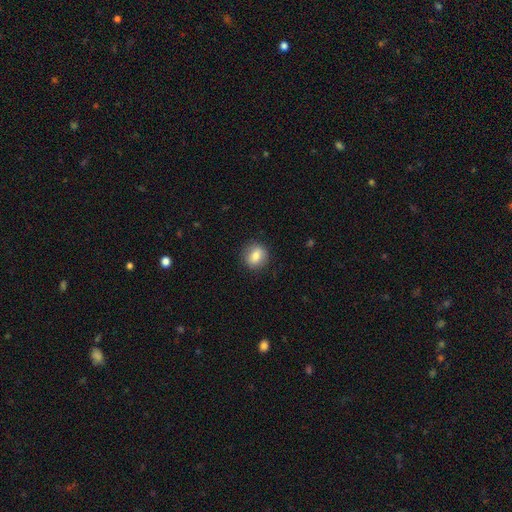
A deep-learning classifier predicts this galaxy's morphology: Smooth or featured? smooth (79%)
How rounded? round (72%)
Merging? none (87%)